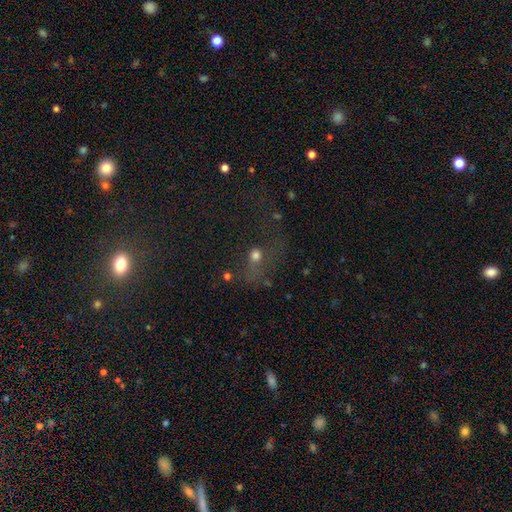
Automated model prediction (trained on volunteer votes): Smooth or featured: smooth — 58% (star or artifact — 24%)
How rounded: round — 63% (in between — 33%)
Merging: major disturbance — 39% (none — 35%)